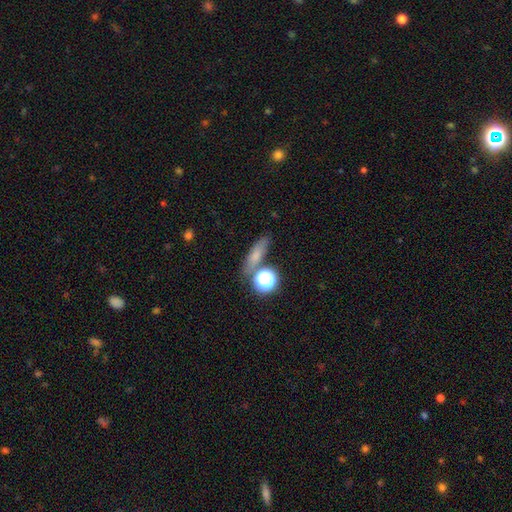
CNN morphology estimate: type=smooth (61%); roundness=cigar-shaped (43%); merging=none (68%).